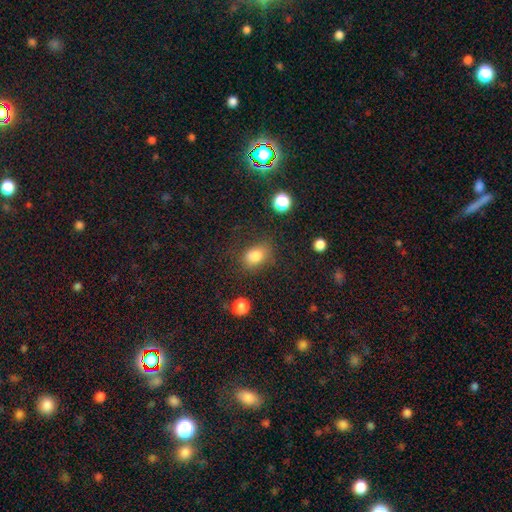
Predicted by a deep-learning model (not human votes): Morphology: type=smooth (78%); roundness=in between (66%); merging=none (66%).